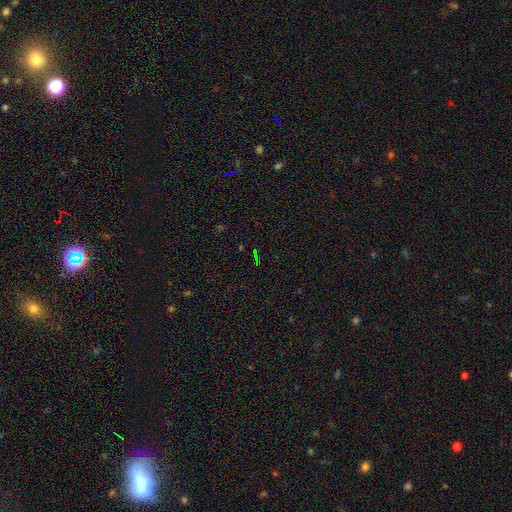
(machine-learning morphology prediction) star or artifact 74%, smooth 14%, featured or disk 12%.